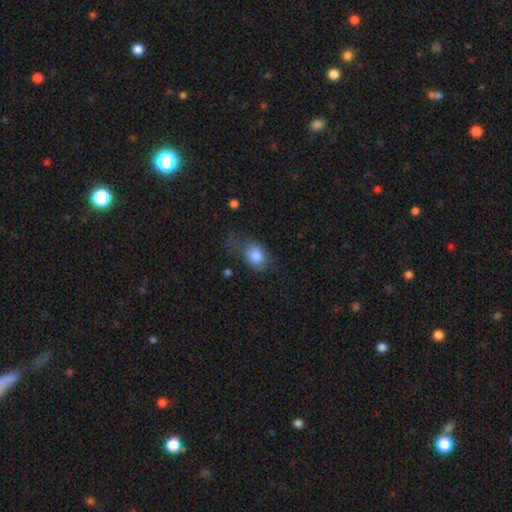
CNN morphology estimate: smooth-or-featured: smooth: 82% | featured or disk: 11% | star or artifact: 8%
  how-rounded: in between: 70% | round: 29% | cigar-shaped: 2%
  merging: none: 42% | minor disturbance: 29% | major disturbance: 26% | merger: 3%